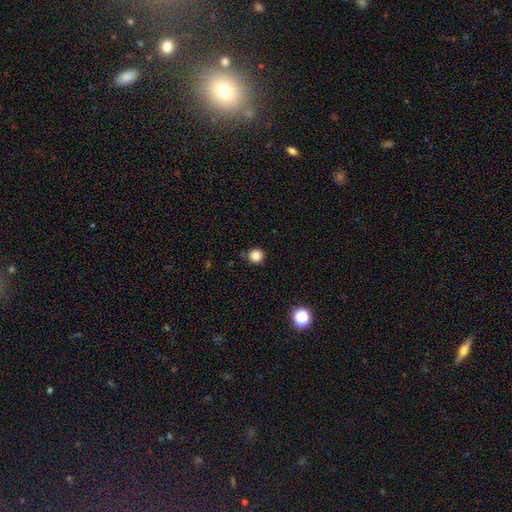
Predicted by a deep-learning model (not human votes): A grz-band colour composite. It shows a smooth galaxy with no disk features (83%) that is round (94%). Merging: none (88%).